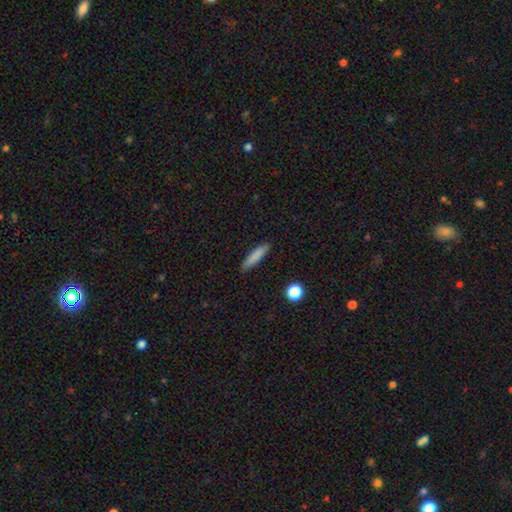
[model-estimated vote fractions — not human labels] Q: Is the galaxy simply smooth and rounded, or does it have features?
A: smooth — 82%.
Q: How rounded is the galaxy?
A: cigar-shaped — 85%.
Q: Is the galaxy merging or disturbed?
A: none — 89%.